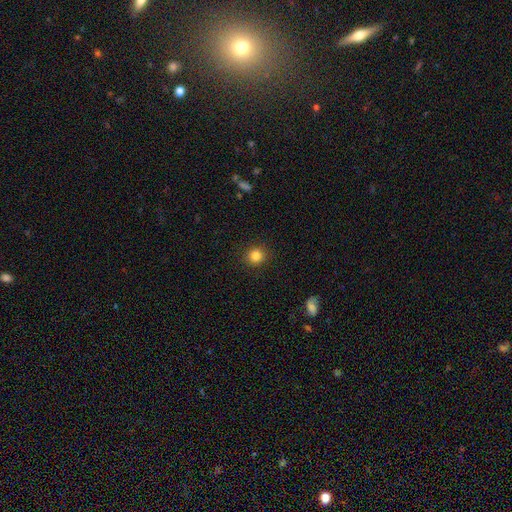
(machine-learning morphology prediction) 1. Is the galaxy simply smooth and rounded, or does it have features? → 83% smooth, 11% star or artifact, 5% featured or disk.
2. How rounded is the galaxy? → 90% round, 9% in between, 1% cigar-shaped.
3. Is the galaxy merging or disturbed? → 91% none, 6% minor disturbance, 2% major disturbance, 1% merger.